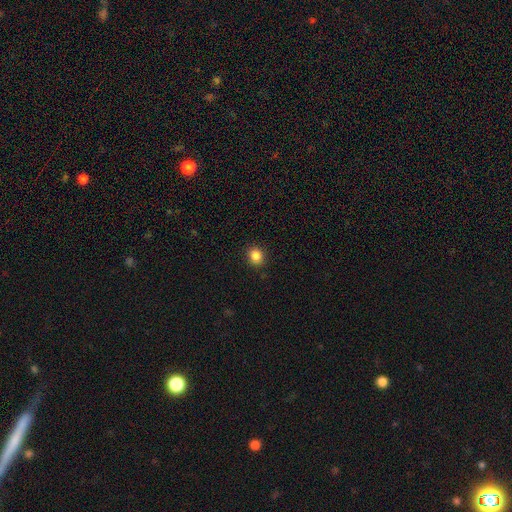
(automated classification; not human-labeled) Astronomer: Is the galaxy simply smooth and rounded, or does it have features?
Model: smooth — 85%.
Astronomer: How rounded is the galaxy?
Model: round — 75%.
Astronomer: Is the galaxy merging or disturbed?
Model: none — 91%.